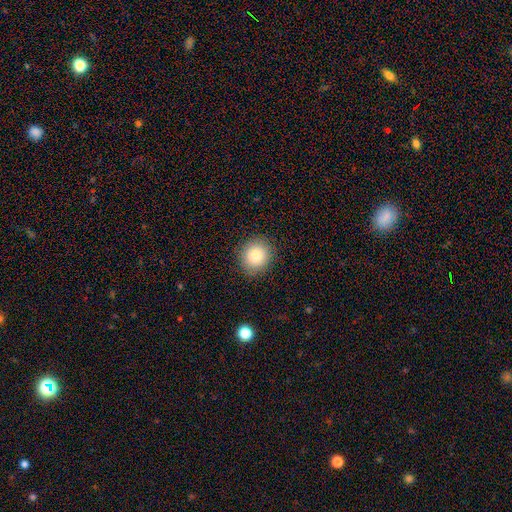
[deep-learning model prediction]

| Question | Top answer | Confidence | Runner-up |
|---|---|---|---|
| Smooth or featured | smooth | 83% | star or artifact (10%) |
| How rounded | round | 83% | in between (16%) |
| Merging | none | 89% | minor disturbance (7%) |